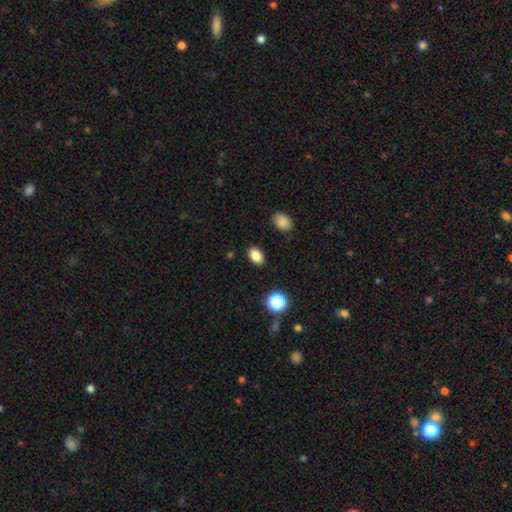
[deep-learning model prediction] This is clearly a smooth galaxy (85%). How rounded: clearly in between (83%). Merging: clearly none (88%).